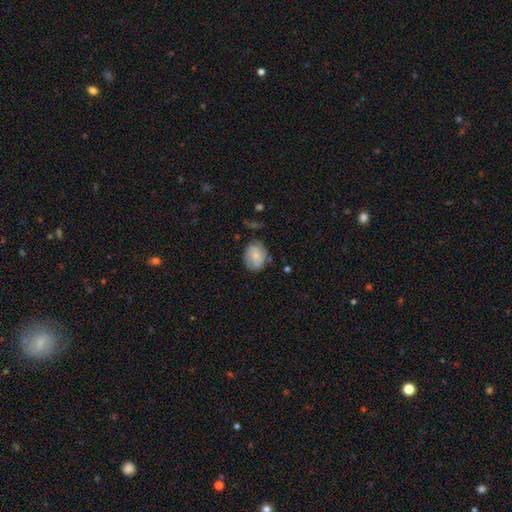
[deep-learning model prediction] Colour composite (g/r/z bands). It shows a smooth galaxy with no disk features (55%) that is in between round and cigar-shaped (59%). Merging: none (68%).